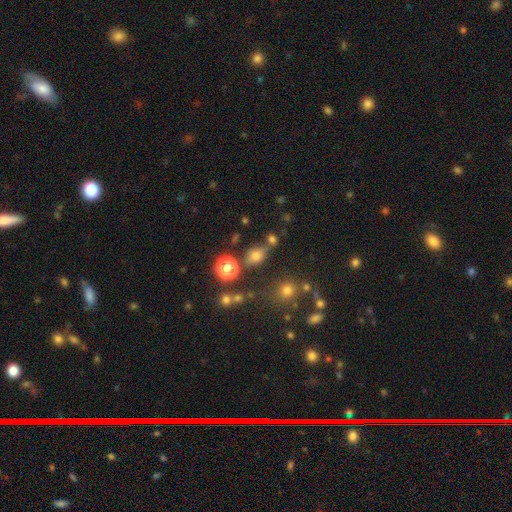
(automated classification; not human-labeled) This is likely a smooth galaxy (68%). How rounded: possibly round (51%). Merging: likely none (64%).